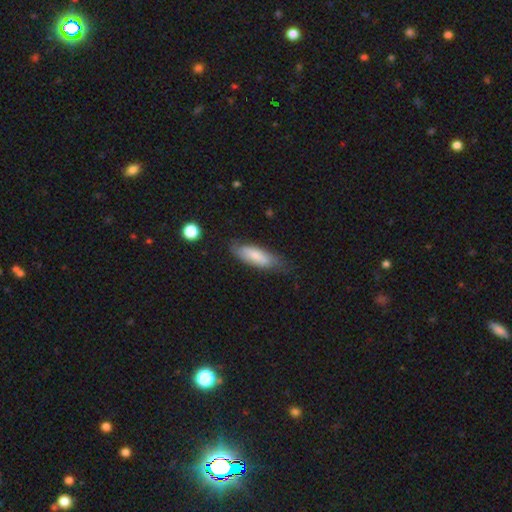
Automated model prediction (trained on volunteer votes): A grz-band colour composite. It shows a smooth galaxy with no disk features (75%) that is in between round and cigar-shaped (61%). Merging: none (63%).